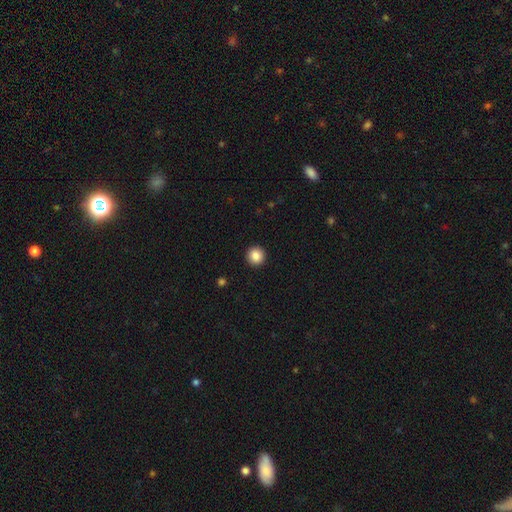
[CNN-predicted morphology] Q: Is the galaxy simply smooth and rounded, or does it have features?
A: smooth — 87%.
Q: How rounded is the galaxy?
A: round — 96%.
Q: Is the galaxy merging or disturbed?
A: none — 94%.